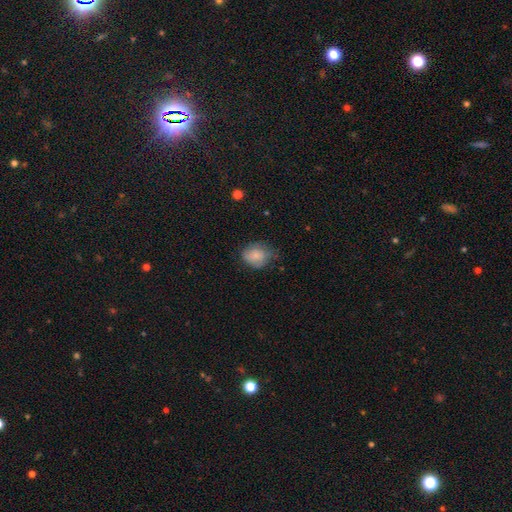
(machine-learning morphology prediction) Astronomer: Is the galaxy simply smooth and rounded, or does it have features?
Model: smooth — 79%.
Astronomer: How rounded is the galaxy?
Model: round — 56% (runner-up: in between, 43%).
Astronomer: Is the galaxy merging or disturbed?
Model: none — 51% (runner-up: minor disturbance, 36%).